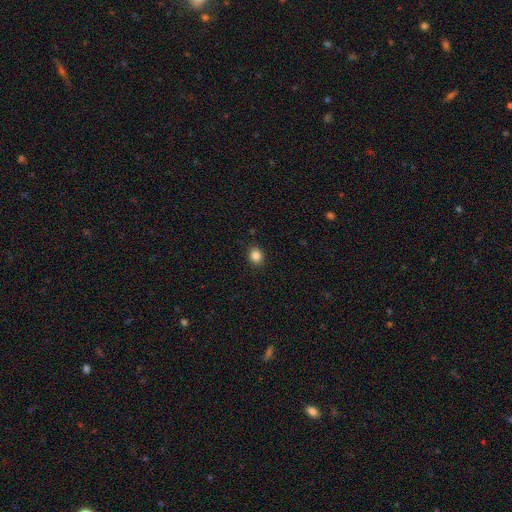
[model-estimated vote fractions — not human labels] A smooth galaxy with no disk features (85%) that is round (60%). Merging: none (89%).